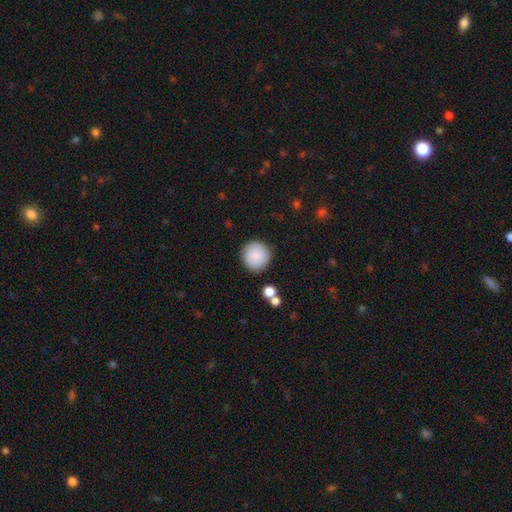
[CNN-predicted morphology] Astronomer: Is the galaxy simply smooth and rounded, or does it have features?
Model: smooth — 87%.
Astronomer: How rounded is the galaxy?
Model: round — 94%.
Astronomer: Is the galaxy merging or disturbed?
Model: none — 88%.